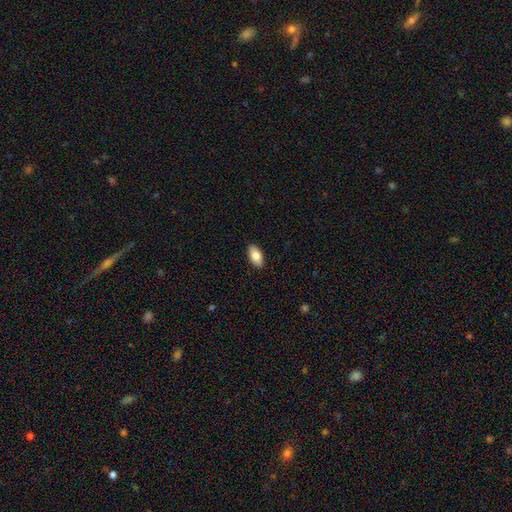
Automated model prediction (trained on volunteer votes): Smooth or featured? Predicted: smooth (p=0.84). How rounded? Predicted: in between (p=0.93). Merging? Predicted: none (p=0.90).